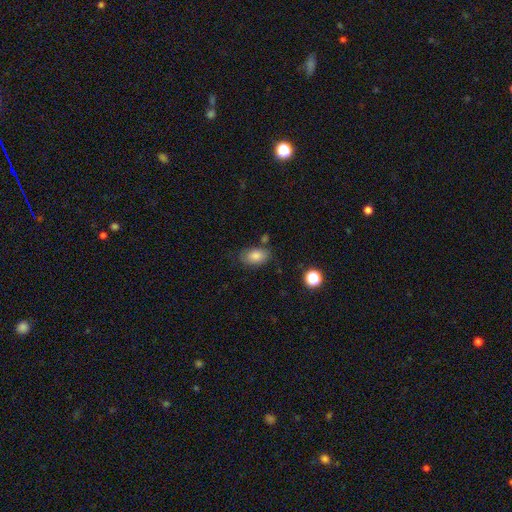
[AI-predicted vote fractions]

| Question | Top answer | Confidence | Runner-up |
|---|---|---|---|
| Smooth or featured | smooth | 81% | featured or disk (10%) |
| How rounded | in between | 89% | round (10%) |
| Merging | none | 69% | minor disturbance (20%) |